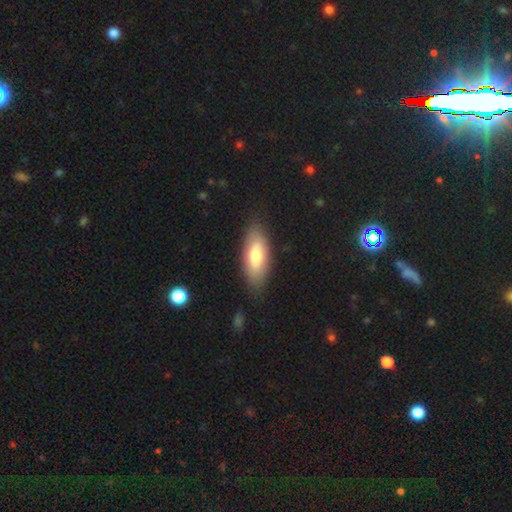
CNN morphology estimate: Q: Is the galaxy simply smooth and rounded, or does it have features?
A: smooth — 74%.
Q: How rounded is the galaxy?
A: in between — 79%.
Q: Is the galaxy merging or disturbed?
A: none — 82%.